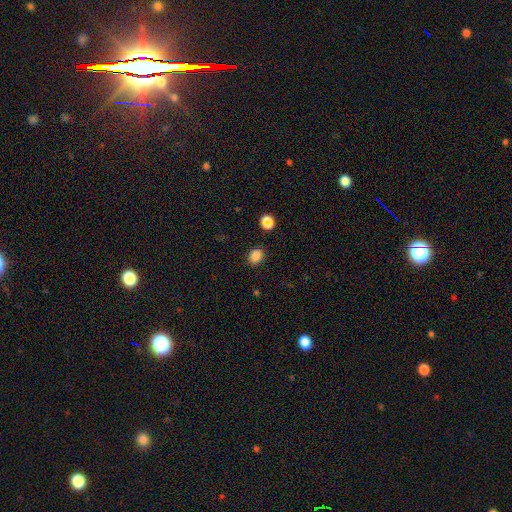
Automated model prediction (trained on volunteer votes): Q: Smooth or featured?
A: smooth (84%); runner-up: star or artifact (12%)
Q: How rounded?
A: round (54%); runner-up: in between (45%)
Q: Merging?
A: none (87%); runner-up: minor disturbance (9%)